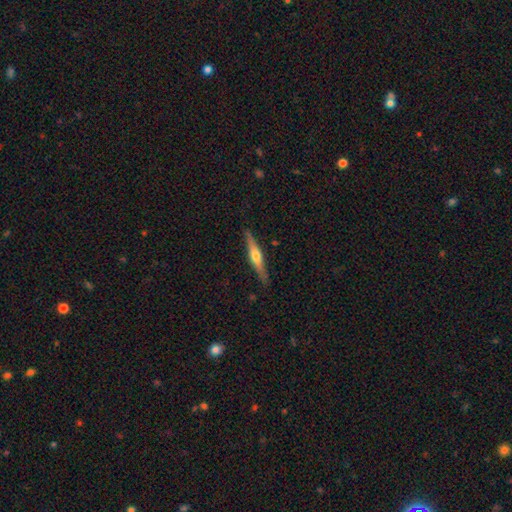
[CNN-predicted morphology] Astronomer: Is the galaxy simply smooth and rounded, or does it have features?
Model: featured or disk — 63%.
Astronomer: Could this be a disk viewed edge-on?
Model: yes — 97%.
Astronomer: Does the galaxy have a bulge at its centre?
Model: rounded — 89%.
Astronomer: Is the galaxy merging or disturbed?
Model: none — 87%.